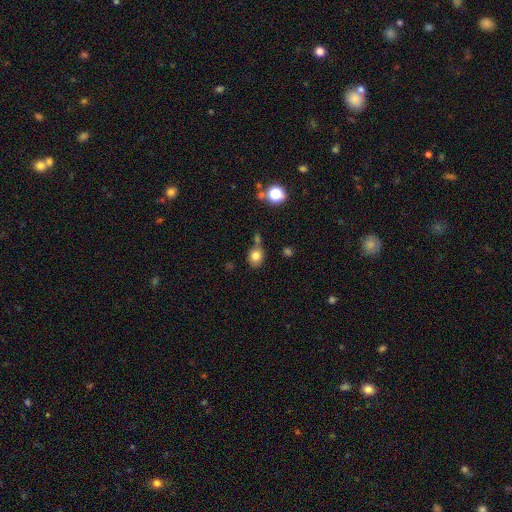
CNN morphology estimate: The model was most divided on "how rounded": round: 60%, in between: 39%, cigar-shaped: 1%. More confident: smooth or featured — smooth (80%); merging — none (64%).